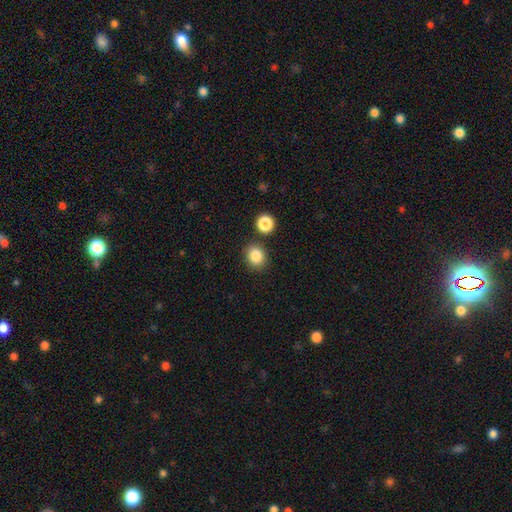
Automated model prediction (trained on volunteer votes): Smooth or featured: smooth — 86% (star or artifact — 10%)
How rounded: round — 69% (in between — 30%)
Merging: none — 82% (minor disturbance — 9%)